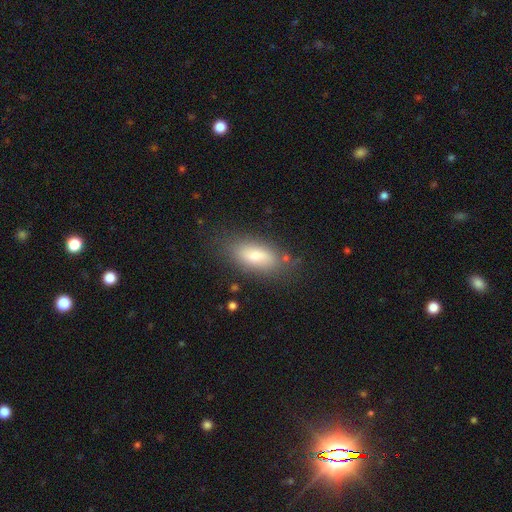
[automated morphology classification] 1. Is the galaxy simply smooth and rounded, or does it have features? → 77% smooth, 15% featured or disk, 8% star or artifact.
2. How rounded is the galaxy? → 81% in between, 16% cigar-shaped, 3% round.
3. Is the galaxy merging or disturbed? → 75% none, 17% minor disturbance, 5% major disturbance, 3% merger.